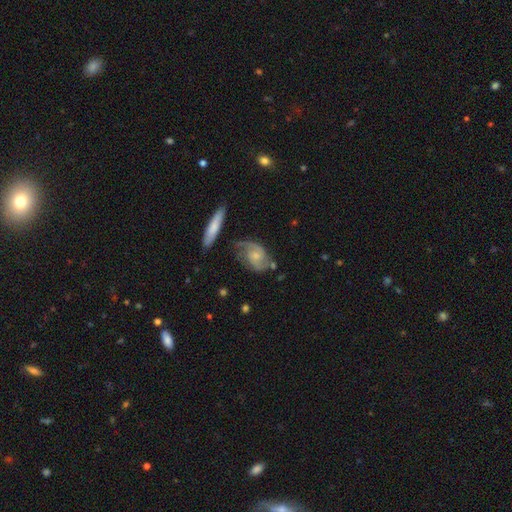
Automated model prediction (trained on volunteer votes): smooth_or_featured: featured or disk (p=0.79) [alt: smooth p=0.15]
disk_edge_on: no (p=0.96) [alt: yes p=0.04]
bar: no (p=0.59) [alt: weak p=0.36]
has_spiral_arms: yes (p=0.95) [alt: no p=0.05]
spiral_winding: medium (p=0.51) [alt: tight p=0.27]
spiral_arm_count: 2 (p=0.85) [alt: can't tell p=0.07]
bulge_size: small (p=0.48) [alt: moderate p=0.39]
merging: none (p=0.61) [alt: minor disturbance p=0.22]